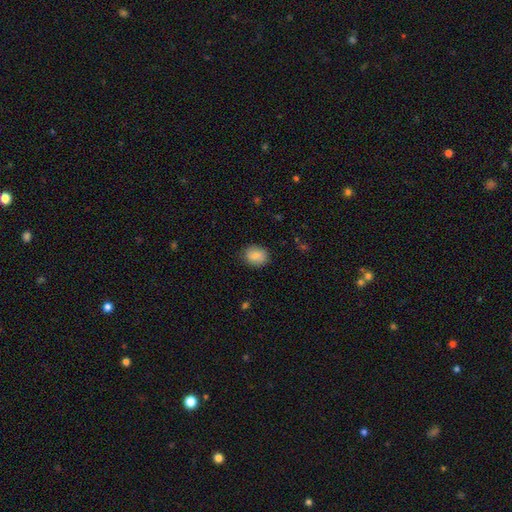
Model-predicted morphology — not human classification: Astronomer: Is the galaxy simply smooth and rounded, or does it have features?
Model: smooth — 85%.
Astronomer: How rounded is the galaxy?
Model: in between — 51% (runner-up: round, 48%).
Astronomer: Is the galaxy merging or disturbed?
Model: none — 85%.